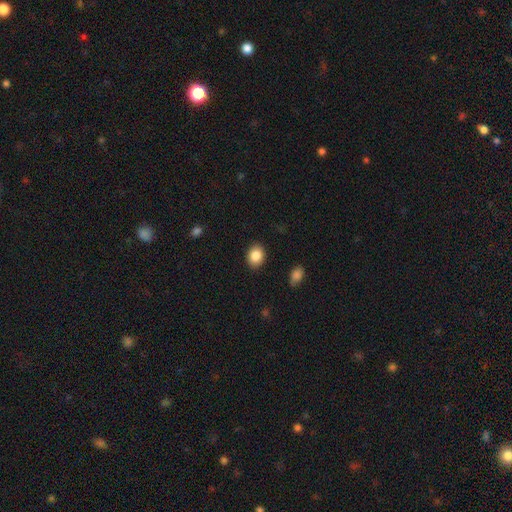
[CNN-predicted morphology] Overall: smooth (86%). How rounded: in between (58%; round 41%). Merging: none (89%).